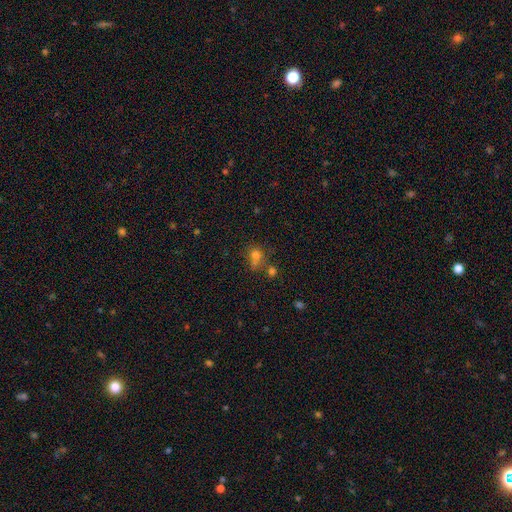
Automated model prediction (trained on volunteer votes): This appears to be a smooth galaxy with no disk features (71%) that is round (74%). Merging: none (45%).